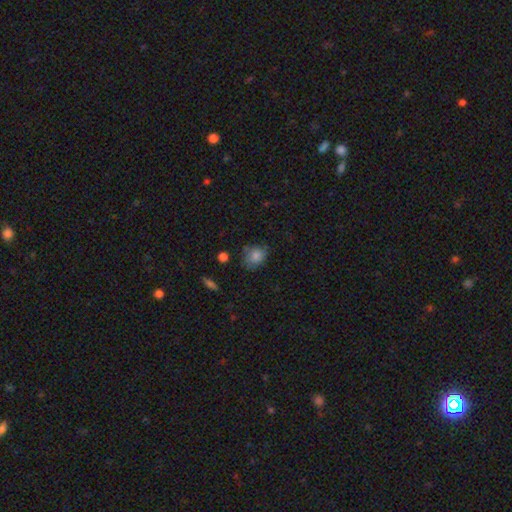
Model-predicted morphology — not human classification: A smooth galaxy with no disk features (80%) that is in between round and cigar-shaped (54%).

Vote fractions:
- Smooth or featured? smooth: 80% / featured or disk: 11% / star or artifact: 9%
- How rounded? in between: 54% / round: 45% / cigar-shaped: 1%
- Merging? none: 62% / minor disturbance: 28% / major disturbance: 7% / merger: 3%